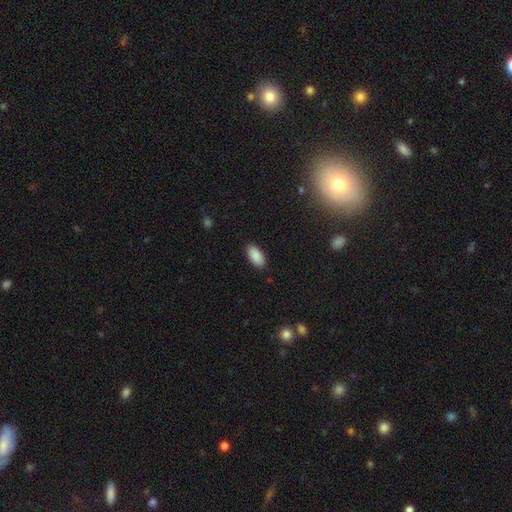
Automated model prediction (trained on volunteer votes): smooth-or-featured: smooth: 90% | star or artifact: 7% | featured or disk: 3%
  how-rounded: in between: 93% | cigar-shaped: 5% | round: 2%
  merging: none: 89% | minor disturbance: 8% | major disturbance: 2% | merger: 1%